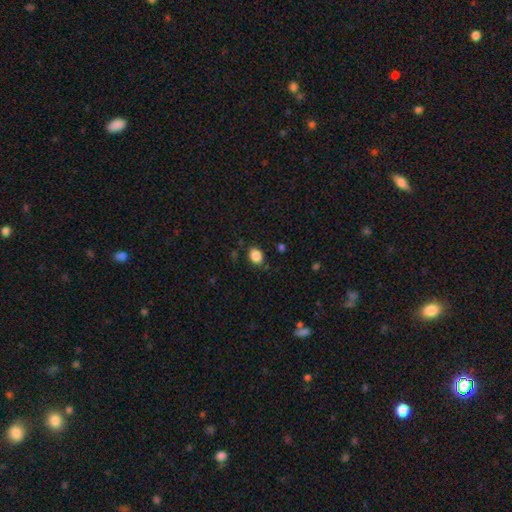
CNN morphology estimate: A smooth galaxy with no disk features (87%) that is in between round and cigar-shaped (66%).

Vote fractions:
- Smooth or featured? smooth: 87% / star or artifact: 9% / featured or disk: 4%
- How rounded? in between: 66% / round: 33% / cigar-shaped: 1%
- Merging? none: 83% / minor disturbance: 12% / major disturbance: 3% / merger: 2%